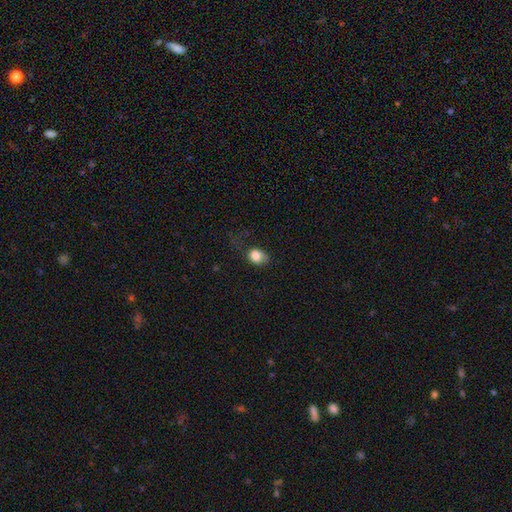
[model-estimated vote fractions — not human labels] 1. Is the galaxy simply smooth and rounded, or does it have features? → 83% smooth, 9% star or artifact, 8% featured or disk.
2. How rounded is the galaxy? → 54% in between, 45% round, 1% cigar-shaped.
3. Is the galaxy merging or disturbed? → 48% none, 30% minor disturbance, 20% major disturbance, 2% merger.